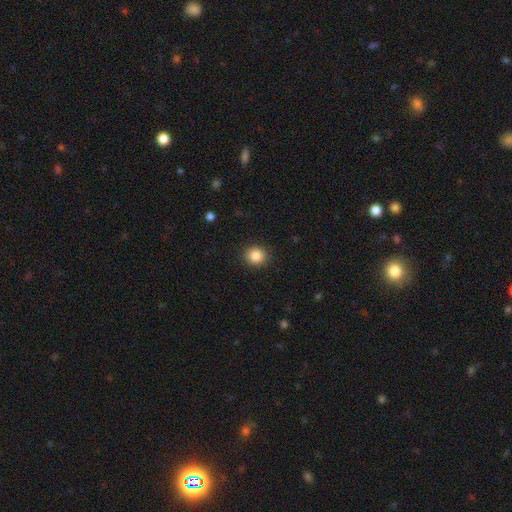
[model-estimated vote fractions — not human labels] Overall: smooth (86%). How rounded: round (88%). Merging: none (90%).